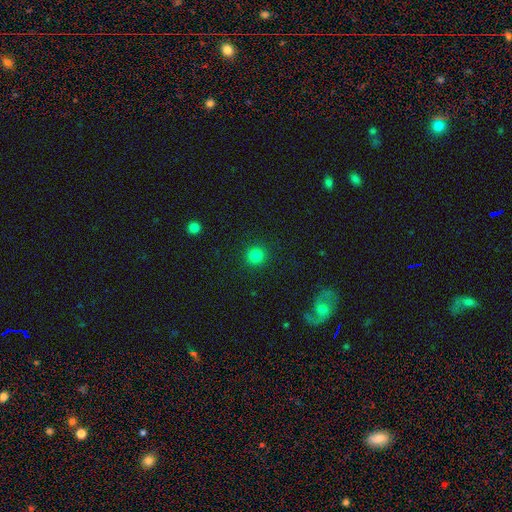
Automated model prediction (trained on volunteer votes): smooth-or-featured: smooth: 82% | star or artifact: 13% | featured or disk: 5%
  how-rounded: round: 94% | in between: 5% | cigar-shaped: 1%
  merging: none: 91% | minor disturbance: 5% | major disturbance: 2% | merger: 1%